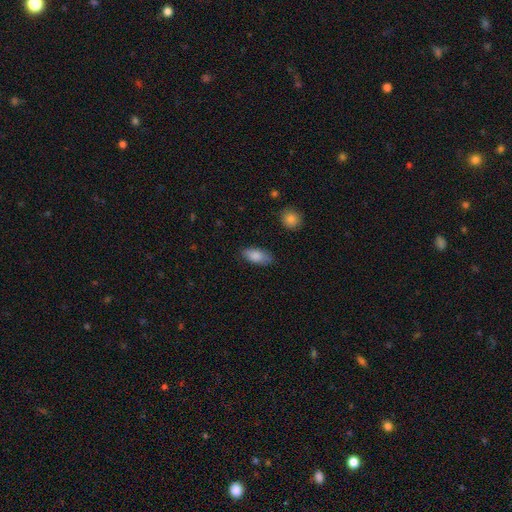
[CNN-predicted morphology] A smooth galaxy with no disk features (84%) that is in between round and cigar-shaped (88%).

Vote fractions:
- Smooth or featured? smooth: 84% / featured or disk: 9% / star or artifact: 7%
- How rounded? in between: 88% / cigar-shaped: 9% / round: 3%
- Merging? none: 84% / minor disturbance: 12% / major disturbance: 3% / merger: 2%